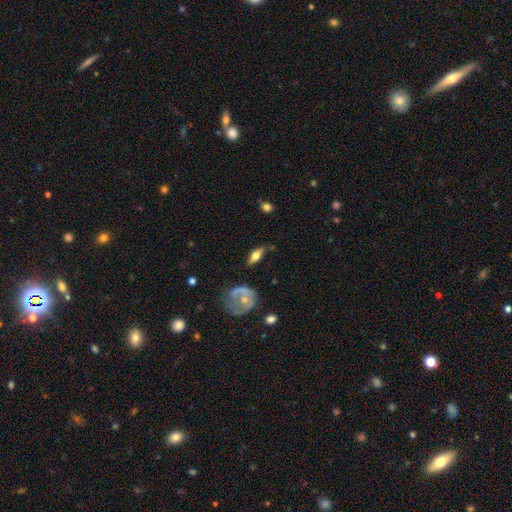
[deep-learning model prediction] Smooth or featured: featured or disk — 51% (smooth — 42%)
Edge-on disk: yes — 76% (no — 24%)
Merging: none — 61% (minor disturbance — 24%)